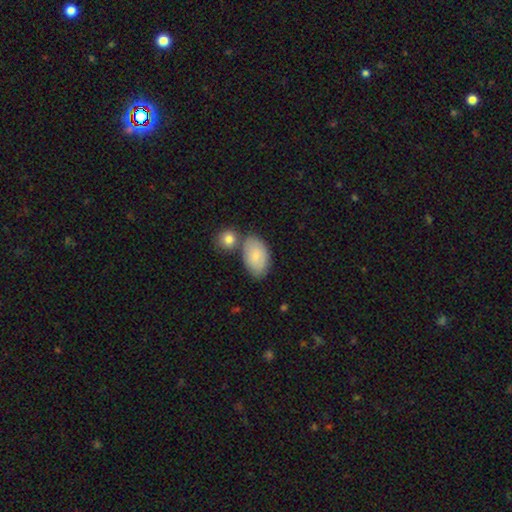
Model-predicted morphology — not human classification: A smooth galaxy with no disk features (79%) that is in between round and cigar-shaped (92%). Merging: none (57%).